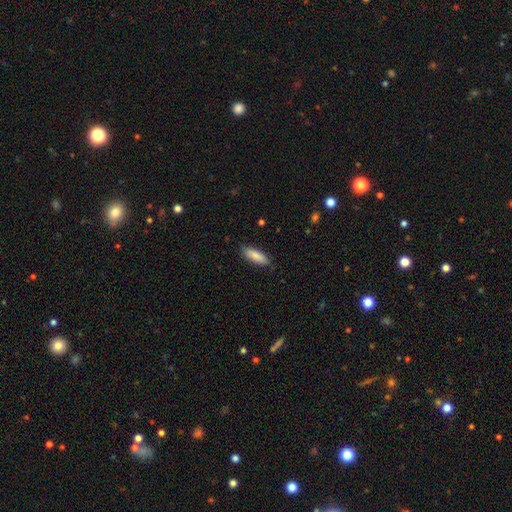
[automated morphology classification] Smooth or featured? smooth (86%)
How rounded? in between (54%)
Merging? none (87%)